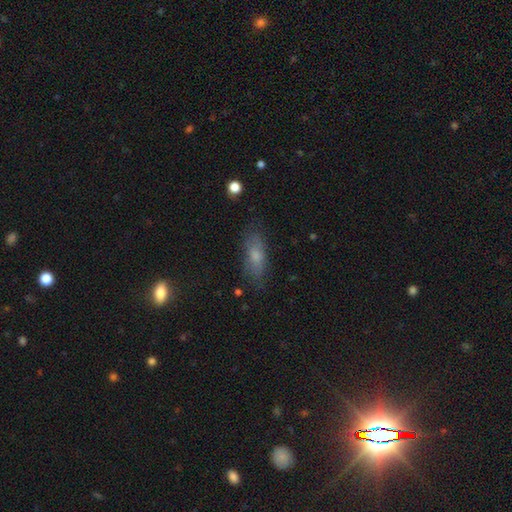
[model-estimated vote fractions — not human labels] A smooth galaxy with no disk features (68%) that is in between round and cigar-shaped (69%). Merging: none (75%).